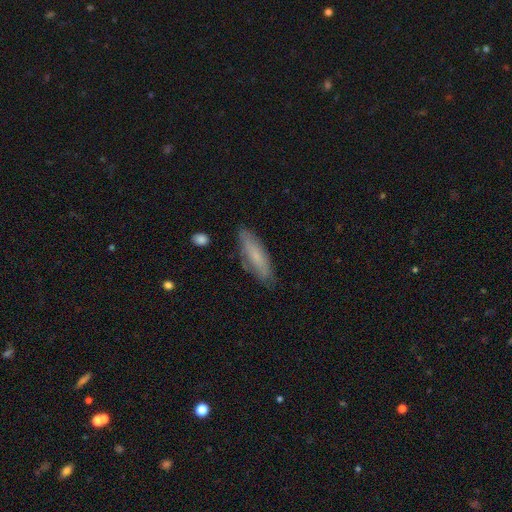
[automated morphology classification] Smooth or featured? Predicted: smooth (p=0.65). How rounded? Predicted: cigar-shaped (p=0.59). Merging? Predicted: none (p=0.80).